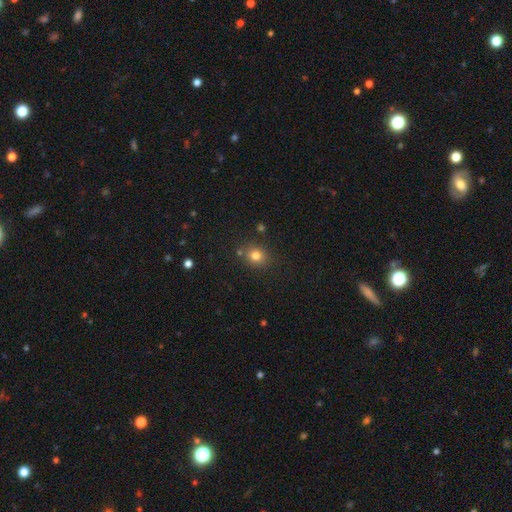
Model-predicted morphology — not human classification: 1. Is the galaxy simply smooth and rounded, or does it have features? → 79% smooth, 14% star or artifact, 7% featured or disk.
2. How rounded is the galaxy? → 72% round, 27% in between, 1% cigar-shaped.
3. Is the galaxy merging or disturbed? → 82% none, 10% minor disturbance, 5% merger, 3% major disturbance.